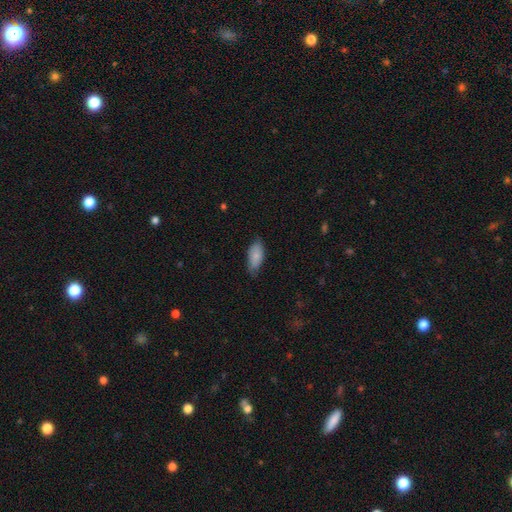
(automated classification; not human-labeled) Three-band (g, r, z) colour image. It shows a smooth galaxy with no disk features (81%) that is in between round and cigar-shaped (90%). Merging: none (67%).